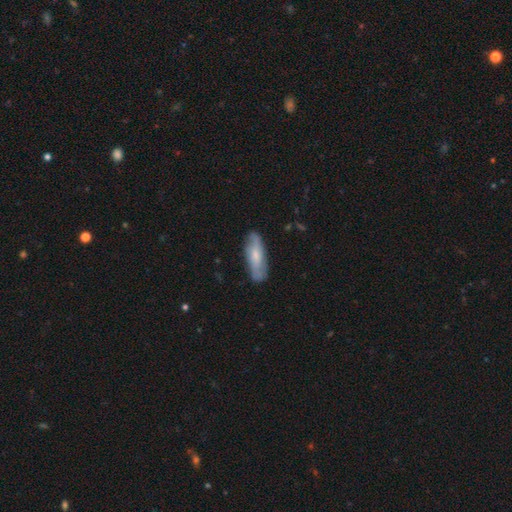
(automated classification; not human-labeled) A smooth galaxy with no disk features (55%) that is in between round and cigar-shaped (53%).

Vote fractions:
- Smooth or featured? smooth: 55% / featured or disk: 38% / star or artifact: 6%
- How rounded? in between: 53% / cigar-shaped: 45% / round: 2%
- Merging? none: 78% / minor disturbance: 17% / major disturbance: 3% / merger: 1%